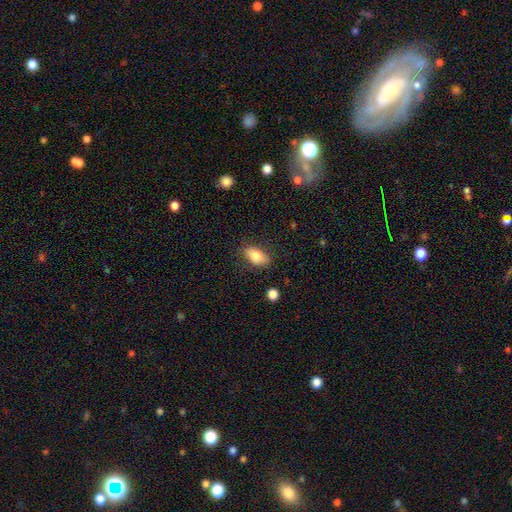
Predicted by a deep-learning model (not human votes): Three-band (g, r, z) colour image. It shows a smooth galaxy with no disk features (82%) that is in between round and cigar-shaped (89%). Merging: none (80%).